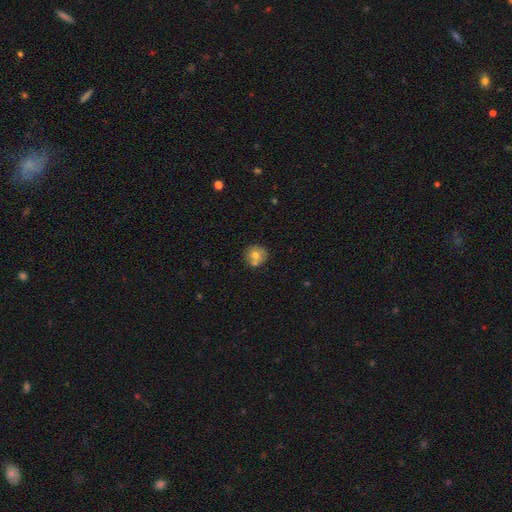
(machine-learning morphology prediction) type=smooth (73%); roundness=round (88%); merging=none (63%).